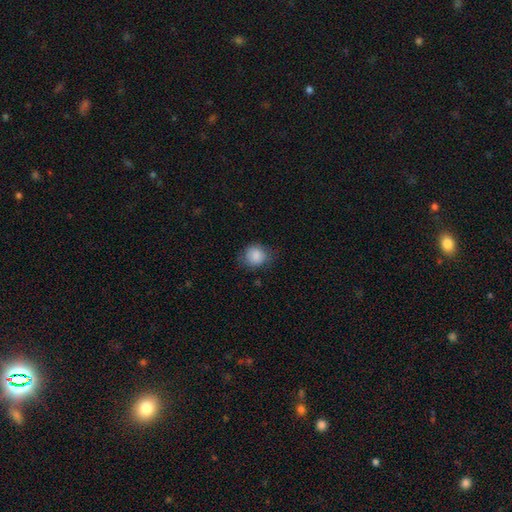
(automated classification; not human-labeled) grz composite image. It shows a smooth galaxy with no disk features (86%) that is round (78%). Merging: none (73%).